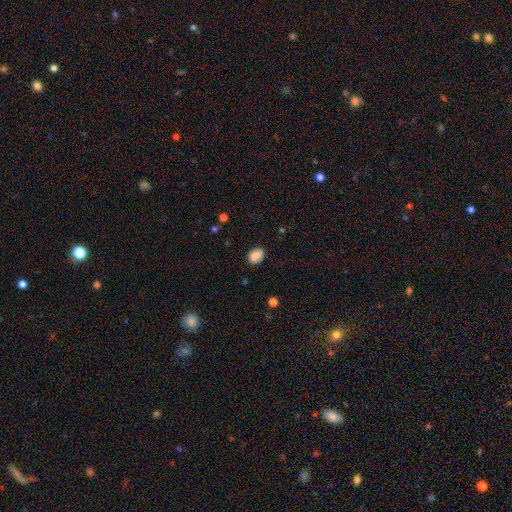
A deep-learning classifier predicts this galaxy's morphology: This appears to be a smooth galaxy with no disk features (87%) that is in between round and cigar-shaped (69%). Merging: none (83%).